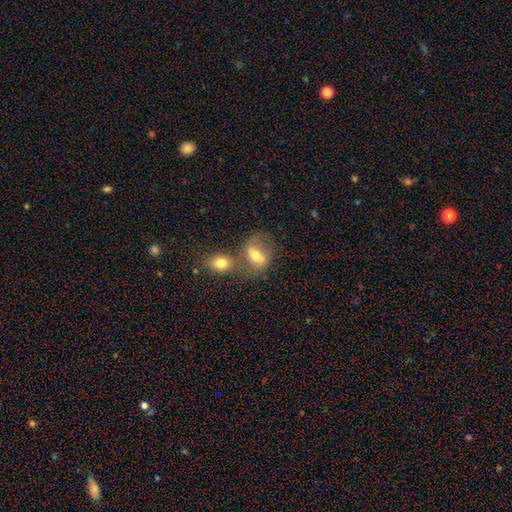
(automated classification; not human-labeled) A smooth galaxy with no disk features (53%) that is in between round and cigar-shaped (74%).

Vote fractions:
- Smooth or featured? smooth: 53% / featured or disk: 36% / star or artifact: 10%
- How rounded? in between: 74% / round: 23% / cigar-shaped: 3%
- Merging? merger: 40% / none: 38% / minor disturbance: 14% / major disturbance: 9%